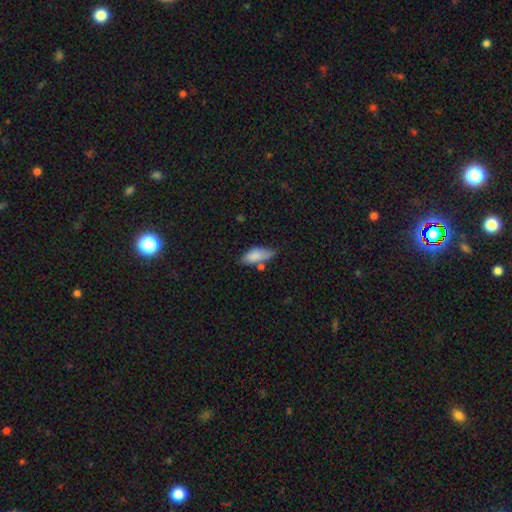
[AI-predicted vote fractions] Overall: smooth (82%). How rounded: in between (80%). Merging: none (48%; minor disturbance 31%).